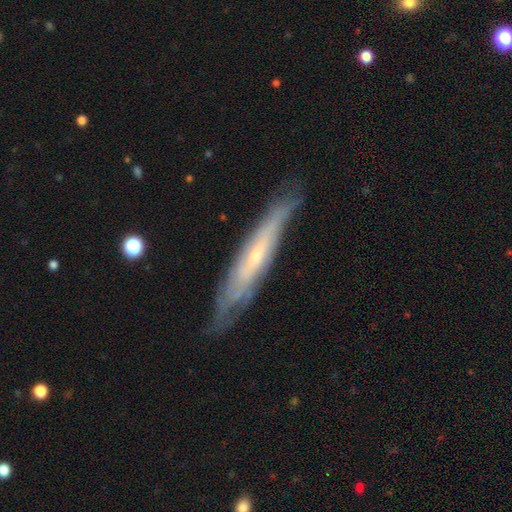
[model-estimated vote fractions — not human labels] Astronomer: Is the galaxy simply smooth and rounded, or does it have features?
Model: featured or disk — 67%.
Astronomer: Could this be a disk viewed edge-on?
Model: yes — 64%.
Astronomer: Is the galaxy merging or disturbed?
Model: none — 74%.